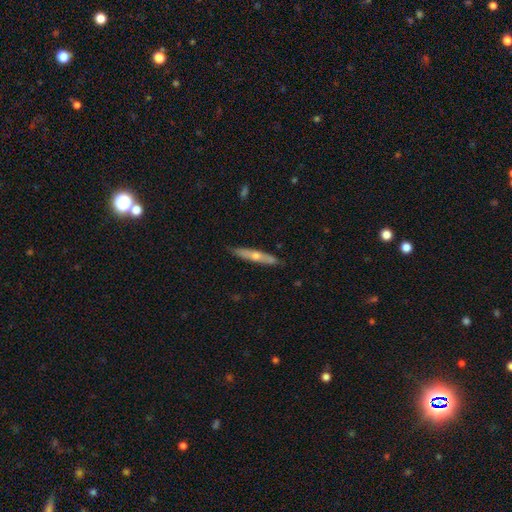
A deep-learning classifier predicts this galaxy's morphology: Overall: featured or disk (59%; smooth 34%). Edge-on disk: yes (90%). Edge-on bulge: rounded (83%). Merging: none (88%).